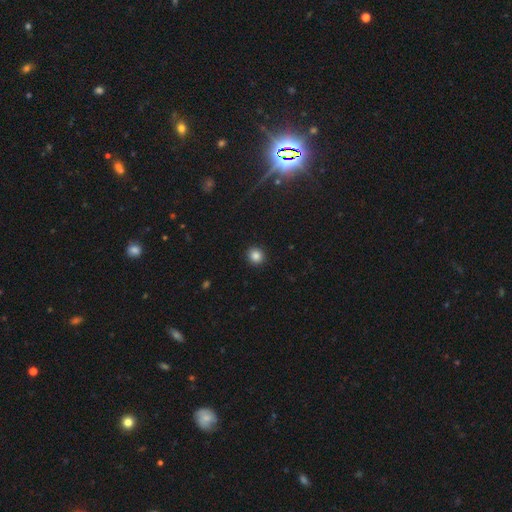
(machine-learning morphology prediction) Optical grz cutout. It shows a smooth galaxy with no disk features (85%) that is round (91%). Merging: none (93%).